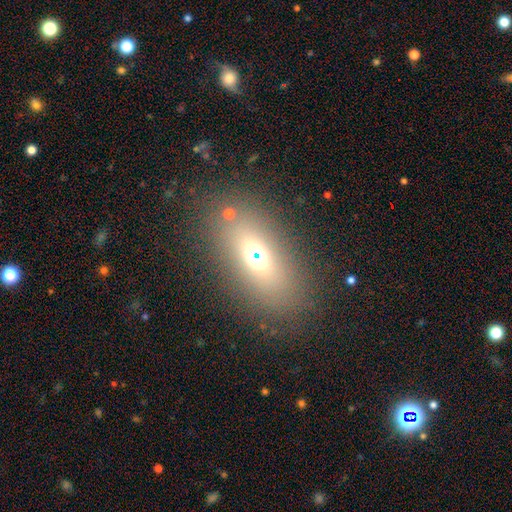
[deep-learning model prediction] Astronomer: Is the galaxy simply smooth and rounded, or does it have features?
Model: smooth — 59%.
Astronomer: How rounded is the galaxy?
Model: in between — 79%.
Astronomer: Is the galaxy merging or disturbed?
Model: none — 81%.